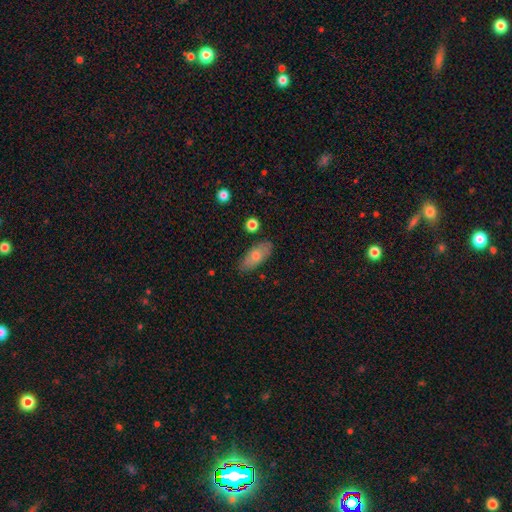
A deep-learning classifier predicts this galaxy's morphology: type=smooth (69%); roundness=in between (79%); merging=none (85%).